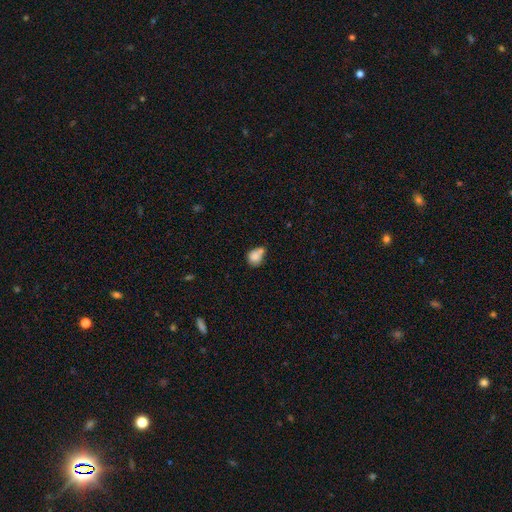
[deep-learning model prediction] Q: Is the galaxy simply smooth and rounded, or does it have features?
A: smooth — 81%.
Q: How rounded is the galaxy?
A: round — 58%.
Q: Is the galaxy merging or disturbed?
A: merger — 35%, tied with none.